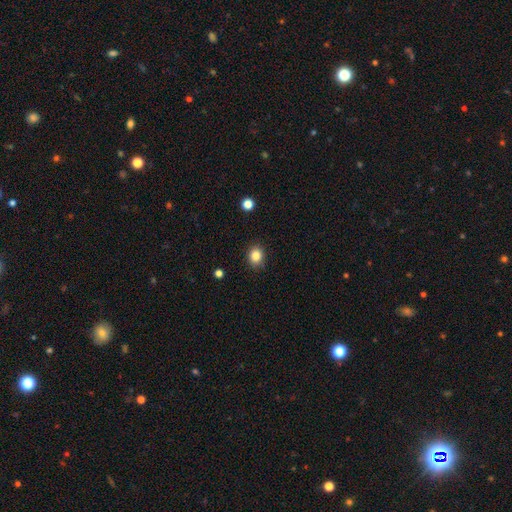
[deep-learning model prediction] This appears to be a smooth galaxy with no disk features (85%) that is round (64%). Merging: none (87%).